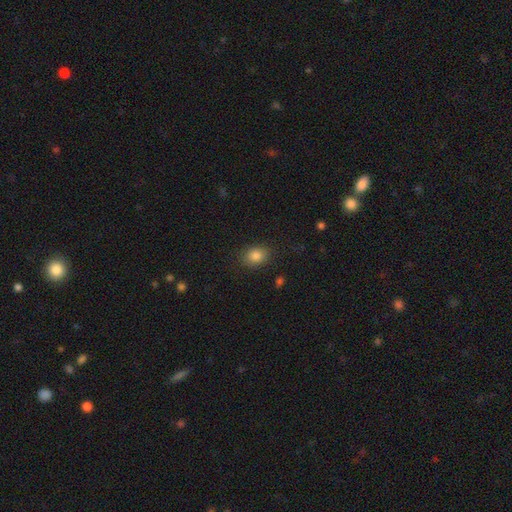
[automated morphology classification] Smooth or featured: smooth — 85% (star or artifact — 10%)
How rounded: in between — 58% (round — 41%)
Merging: none — 86% (minor disturbance — 10%)